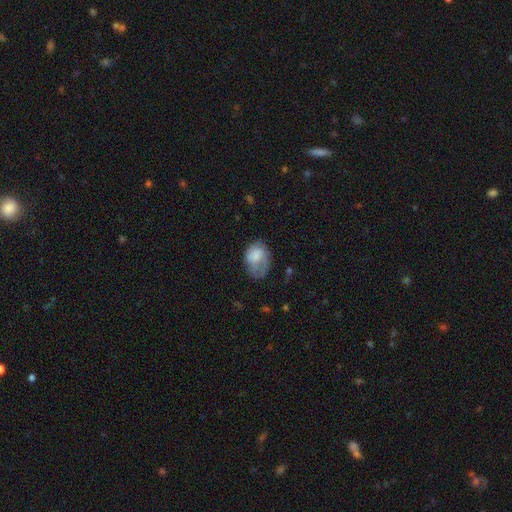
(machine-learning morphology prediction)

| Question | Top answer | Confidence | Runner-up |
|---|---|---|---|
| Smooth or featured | smooth | 59% | featured or disk (33%) |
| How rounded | in between | 78% | round (21%) |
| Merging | none | 40% | minor disturbance (32%) |